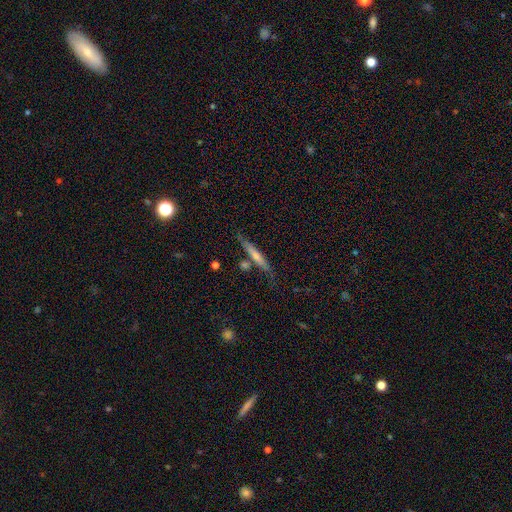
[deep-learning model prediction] featured or disk 52%, smooth 41%, star or artifact 7%. Down the decision tree: edge-on disk — yes (94%); merging — none (77%).